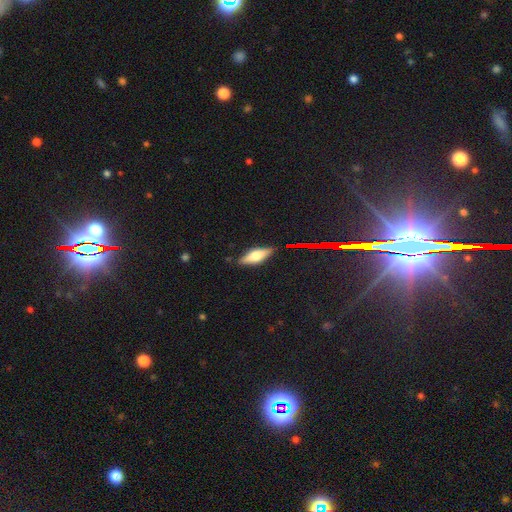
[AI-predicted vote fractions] smooth 54%, featured or disk 37%, star or artifact 9%. Down the decision tree: how rounded — in between (61%); merging — none (84%).